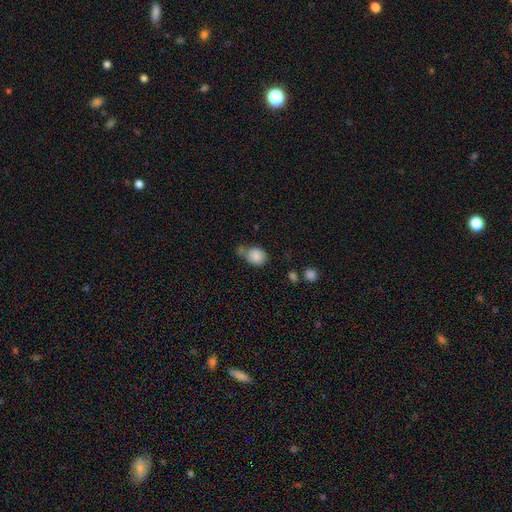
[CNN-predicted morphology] The model was most divided on "how rounded": round: 51%, in between: 48%, cigar-shaped: 1%. Remaining: smooth or featured — smooth (82%); merging — none (39%).